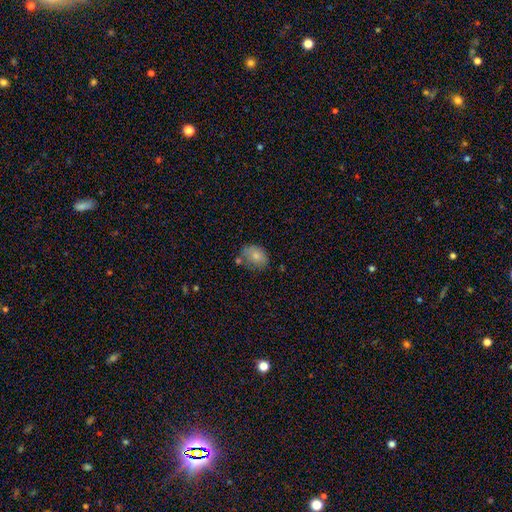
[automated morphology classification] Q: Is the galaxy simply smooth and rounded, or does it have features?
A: smooth — 79%.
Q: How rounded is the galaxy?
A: in between — 66%.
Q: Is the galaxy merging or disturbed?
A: none — 60%.